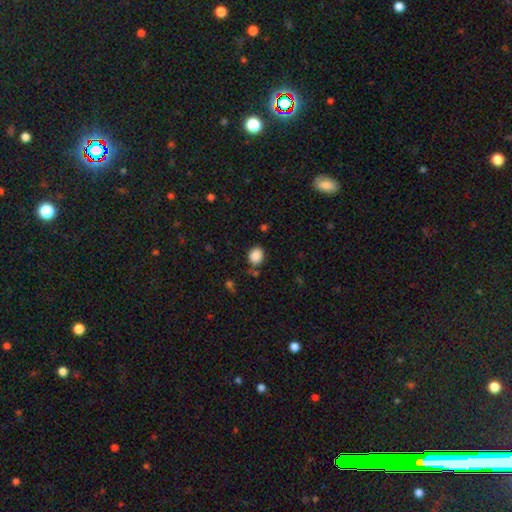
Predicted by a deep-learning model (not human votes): Smooth or featured: smooth — 88% (star or artifact — 9%)
How rounded: round — 55% (in between — 44%)
Merging: none — 78% (minor disturbance — 14%)